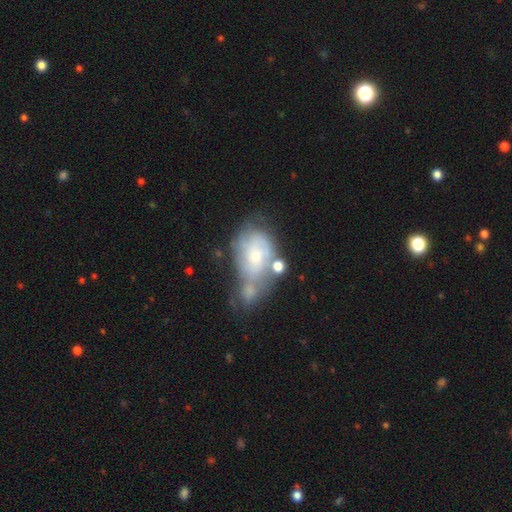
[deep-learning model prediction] Smooth or featured? Predicted: featured or disk (p=0.53). Edge-on disk? Predicted: no (p=0.96). Bar? Predicted: no (p=0.76). Spiral arms? Predicted: yes (p=0.58). Bulge size? Predicted: small (p=0.54). Merging? Predicted: merger (p=0.35).